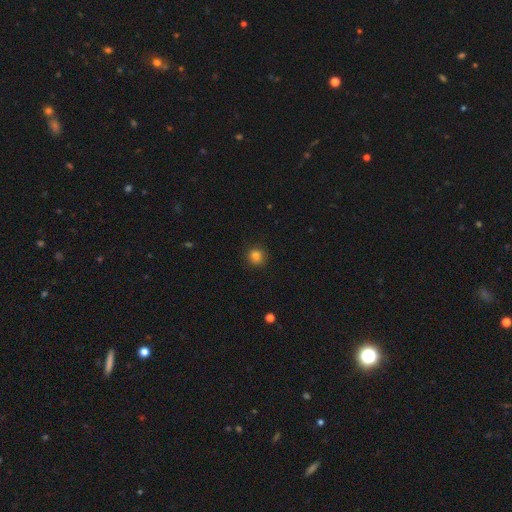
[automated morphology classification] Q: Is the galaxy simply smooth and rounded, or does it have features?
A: smooth — 83%.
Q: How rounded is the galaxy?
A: round — 90%.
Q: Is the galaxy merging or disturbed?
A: none — 88%.